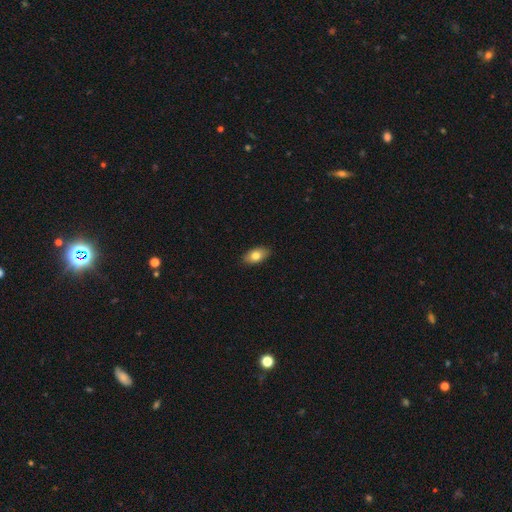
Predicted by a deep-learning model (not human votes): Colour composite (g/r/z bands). It shows a smooth galaxy with no disk features (80%) that is in between round and cigar-shaped (91%). Merging: none (88%).